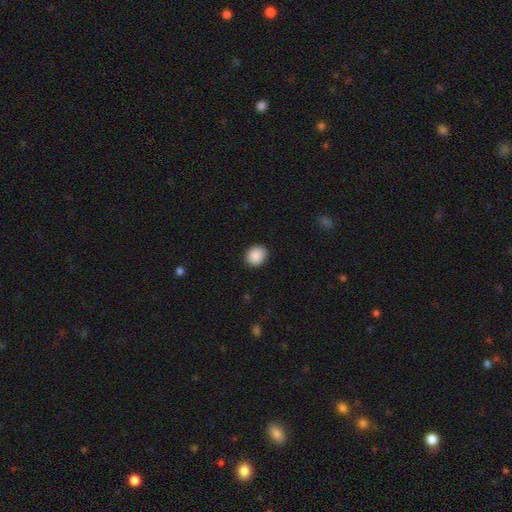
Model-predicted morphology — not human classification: Smooth or featured? smooth (89%)
How rounded? round (73%)
Merging? none (88%)